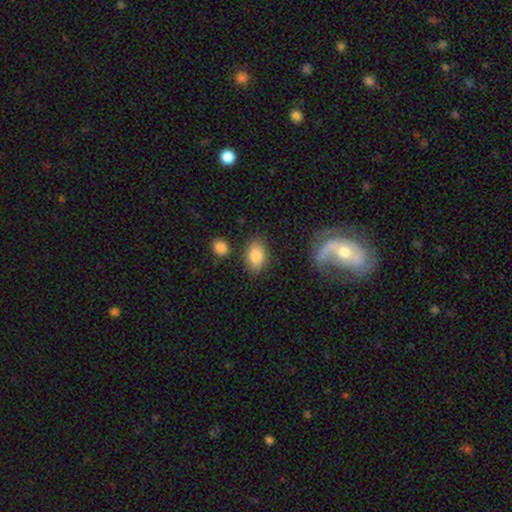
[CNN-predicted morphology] Smooth or featured: smooth — 86% (star or artifact — 7%)
How rounded: in between — 87% (round — 11%)
Merging: none — 78% (minor disturbance — 13%)